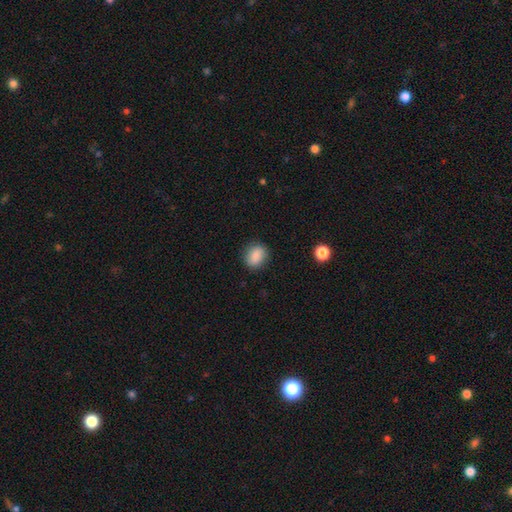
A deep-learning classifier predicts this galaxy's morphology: smooth_or_featured: smooth (p=0.86) [alt: star or artifact p=0.08]
how_rounded: round (p=0.50) [alt: in between p=0.49]
merging: none (p=0.84) [alt: minor disturbance p=0.12]